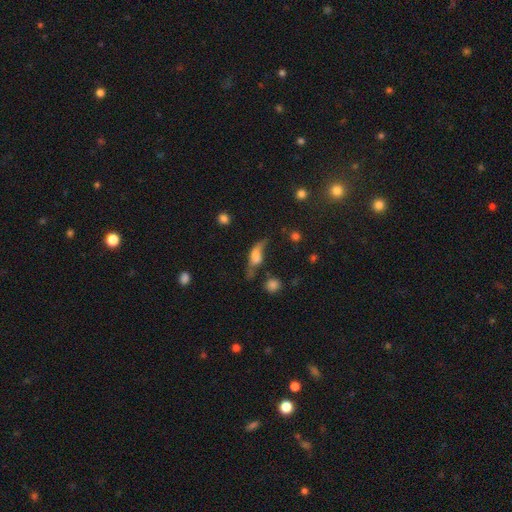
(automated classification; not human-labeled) Smooth or featured: smooth — 48% (featured or disk — 41%)
Merging: none — 37% (minor disturbance — 28%)